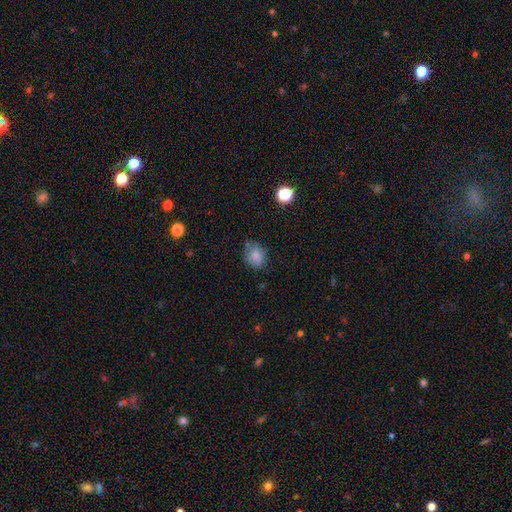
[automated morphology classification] Q: Smooth or featured?
A: smooth (81%); runner-up: star or artifact (11%)
Q: How rounded?
A: round (64%); runner-up: in between (35%)
Q: Merging?
A: none (69%); runner-up: minor disturbance (21%)